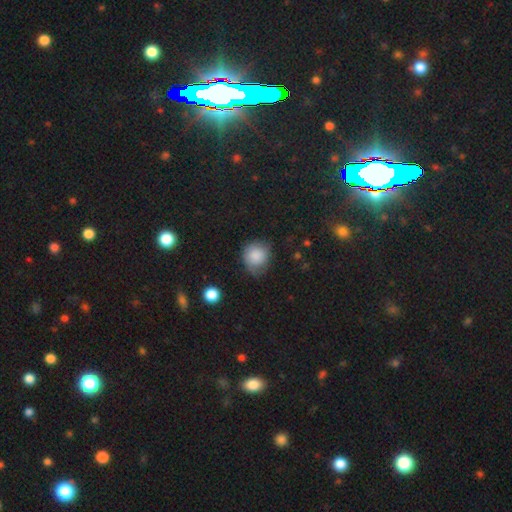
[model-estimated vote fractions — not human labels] smooth-or-featured: smooth: 82% | featured or disk: 10% | star or artifact: 9%
  how-rounded: round: 79% | in between: 20% | cigar-shaped: 1%
  merging: none: 53% | minor disturbance: 33% | major disturbance: 12% | merger: 2%